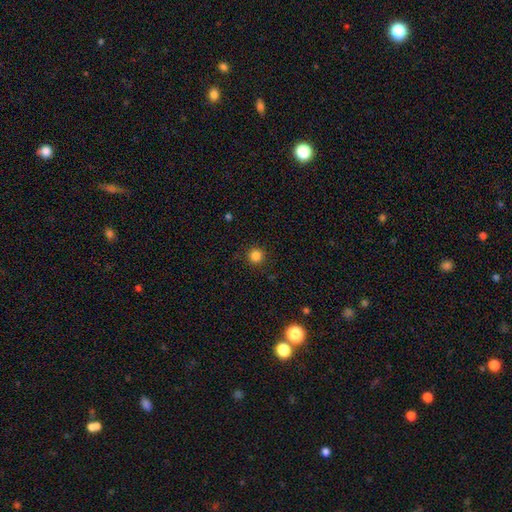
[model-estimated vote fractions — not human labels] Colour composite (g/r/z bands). It shows a smooth galaxy with no disk features (84%) that is round (95%). Merging: none (91%).